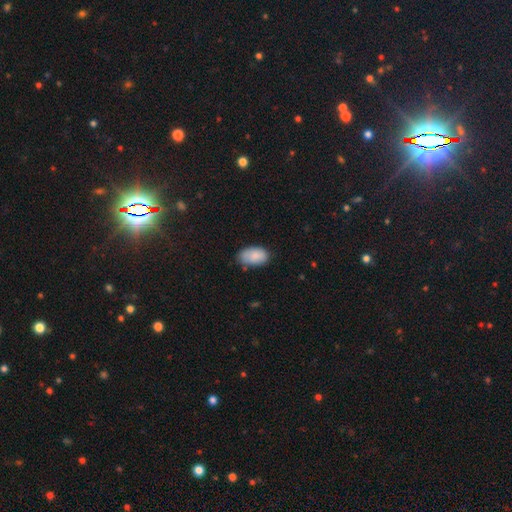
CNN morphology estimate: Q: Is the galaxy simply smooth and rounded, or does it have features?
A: smooth — 87%.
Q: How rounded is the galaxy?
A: in between — 93%.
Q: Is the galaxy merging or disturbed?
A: none — 67%.